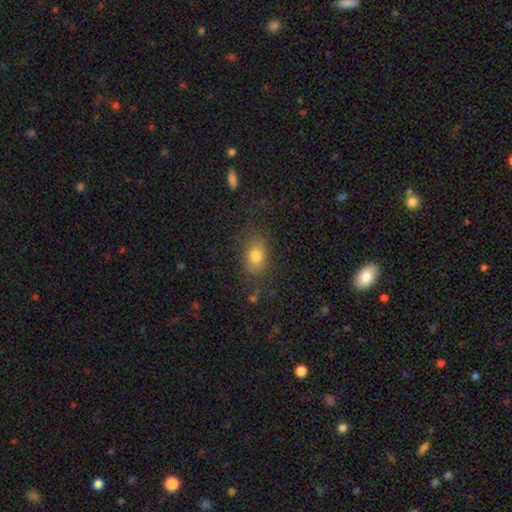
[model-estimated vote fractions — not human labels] Q: Smooth or featured?
A: smooth (79%); runner-up: star or artifact (10%)
Q: How rounded?
A: in between (77%); runner-up: round (22%)
Q: Merging?
A: none (75%); runner-up: minor disturbance (16%)